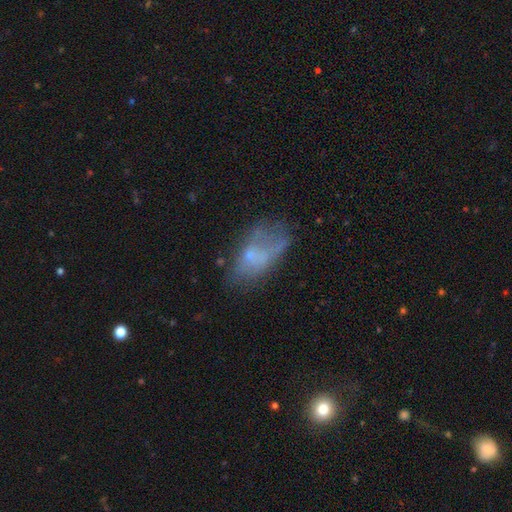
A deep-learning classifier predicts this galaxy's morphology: Smooth or featured?
  - smooth: 46% *
  - featured or disk: 40%
  - star or artifact: 14%
Merging?
  - none: 36% *
  - major disturbance: 30%
  - minor disturbance: 25%
  - merger: 9%